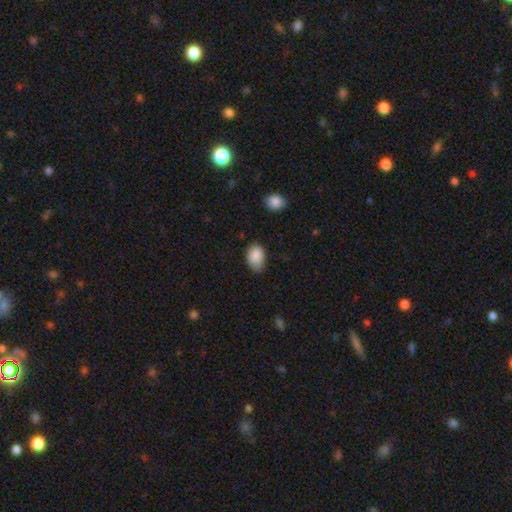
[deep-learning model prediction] Overall: smooth (87%). How rounded: in between (87%). Merging: none (64%; minor disturbance 30%).